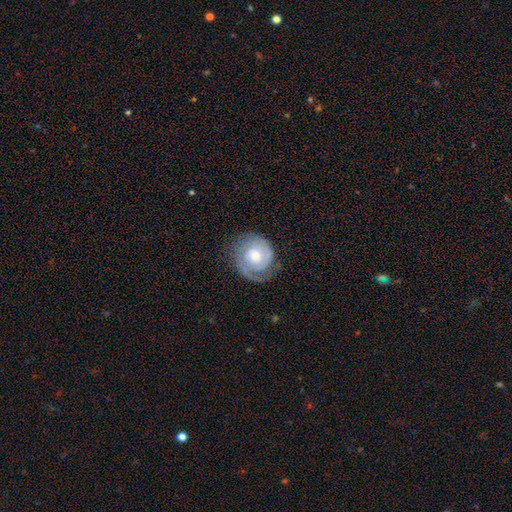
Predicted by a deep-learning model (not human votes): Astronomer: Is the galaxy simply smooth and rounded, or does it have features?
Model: featured or disk — 76%.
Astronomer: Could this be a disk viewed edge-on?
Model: no — 98%.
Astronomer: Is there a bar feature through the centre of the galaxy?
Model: no — 67%.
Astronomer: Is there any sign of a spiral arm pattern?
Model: yes — 94%.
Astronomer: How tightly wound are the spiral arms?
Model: tight — 62%.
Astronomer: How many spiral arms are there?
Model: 2 — 64%.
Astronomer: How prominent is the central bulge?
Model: moderate — 56%.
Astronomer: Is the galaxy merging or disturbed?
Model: none — 74%.